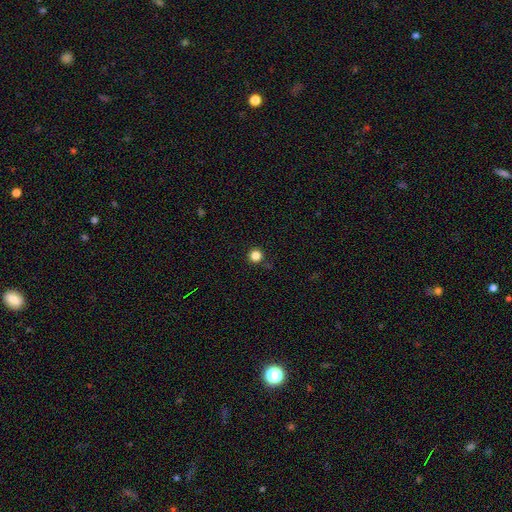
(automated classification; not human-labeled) This is clearly a smooth galaxy (84%). How rounded: clearly round (96%). Merging: clearly none (91%).